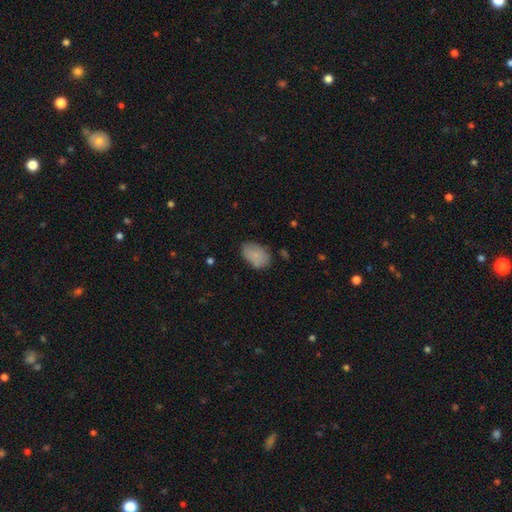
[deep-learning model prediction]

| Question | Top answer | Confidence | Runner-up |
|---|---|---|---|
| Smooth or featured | smooth | 81% | featured or disk (11%) |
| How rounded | in between | 88% | round (11%) |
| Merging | none | 65% | minor disturbance (25%) |